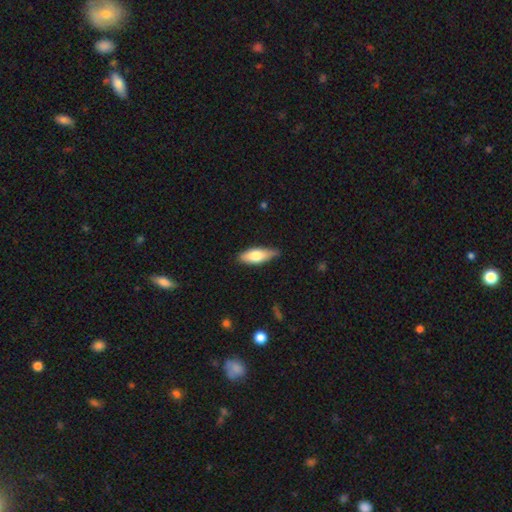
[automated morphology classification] This appears to be a smooth galaxy with no disk features (67%) that is in between round and cigar-shaped (67%). Merging: none (75%).